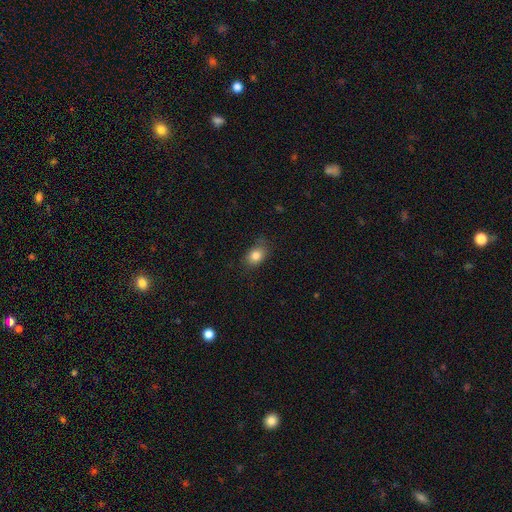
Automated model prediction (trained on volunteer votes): A smooth galaxy with no disk features (83%) that is in between round and cigar-shaped (68%). Merging: none (76%).